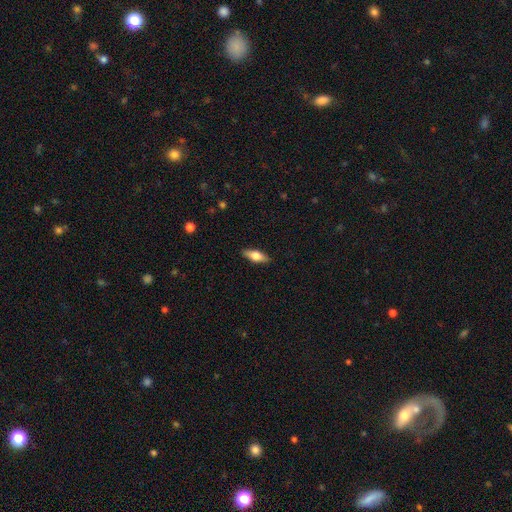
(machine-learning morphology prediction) type=smooth (60%); roundness=in between (67%); merging=none (88%).